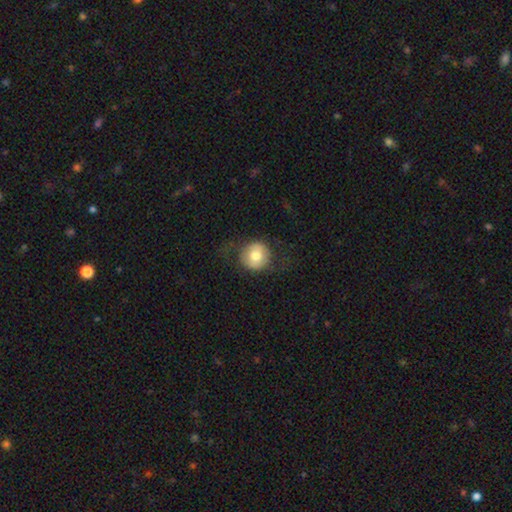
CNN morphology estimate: type=smooth (68%); roundness=round (91%); merging=none (72%).